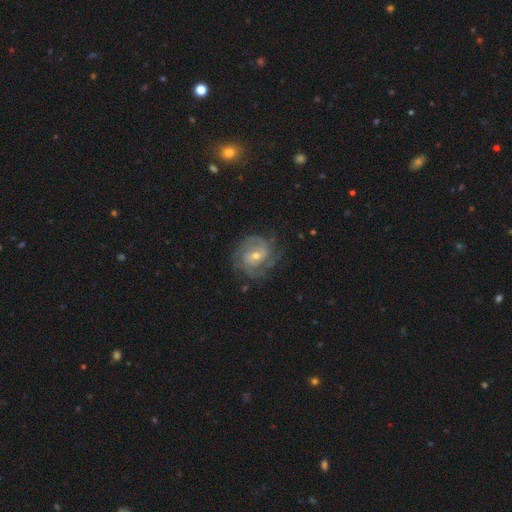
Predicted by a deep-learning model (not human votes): Smooth or featured? Predicted: featured or disk (p=0.85). Edge-on disk? Predicted: no (p=0.98). Bar? Predicted: weak (p=0.45). Spiral arms? Predicted: yes (p=0.95). Spiral winding? Predicted: tight (p=0.58). Spiral arm count? Predicted: 2 (p=0.33). Bulge size? Predicted: moderate (p=0.50). Merging? Predicted: none (p=0.72).